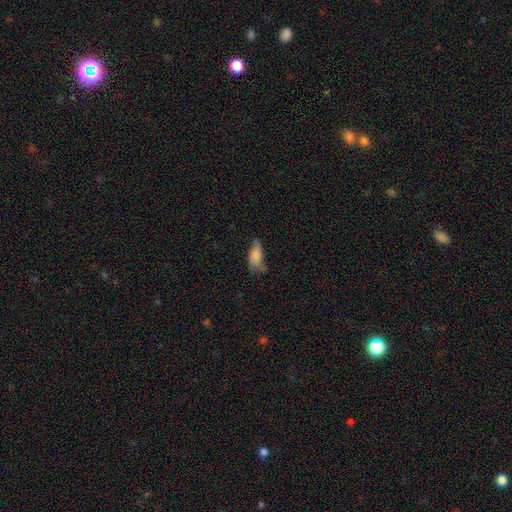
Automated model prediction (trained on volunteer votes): The model was most divided on "merging": none: 41%, minor disturbance: 39%, major disturbance: 15%, merger: 5%. More confident: how rounded — in between (83%); smooth or featured — smooth (78%).